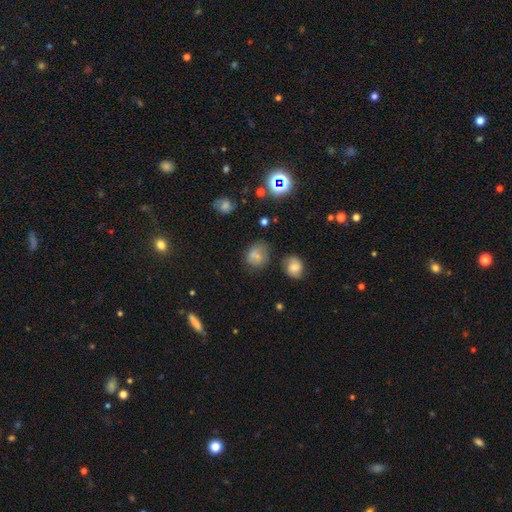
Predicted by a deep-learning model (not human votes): The model was most divided on "merging": none: 58%, minor disturbance: 22%, merger: 10%, major disturbance: 10%. More confident: smooth or featured — smooth (69%); how rounded — round (68%).